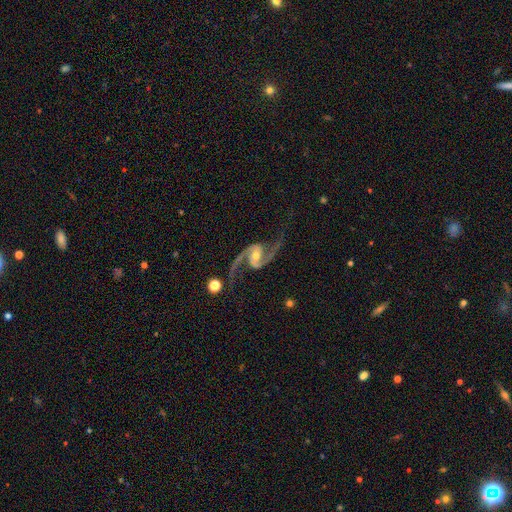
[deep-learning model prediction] smooth-or-featured: featured or disk: 93% | star or artifact: 5% | smooth: 2%
  disk-edge-on: no: 98% | yes: 2%
    bar: no: 45% | weak: 37% | strong: 19%
    has-spiral-arms: yes: 98% | no: 2%
      spiral-winding: loose: 52% | medium: 40% | tight: 8%
      spiral-arm-count: 2: 95% | can't tell: 1% | 3: 1% | 1: 1% | 4: 1% | more than 4: 1%
    bulge-size: moderate: 49% | small: 46% | large: 3% | none: 2% | dominant: 1%
  merging: none: 76% | minor disturbance: 14% | major disturbance: 8% | merger: 2%